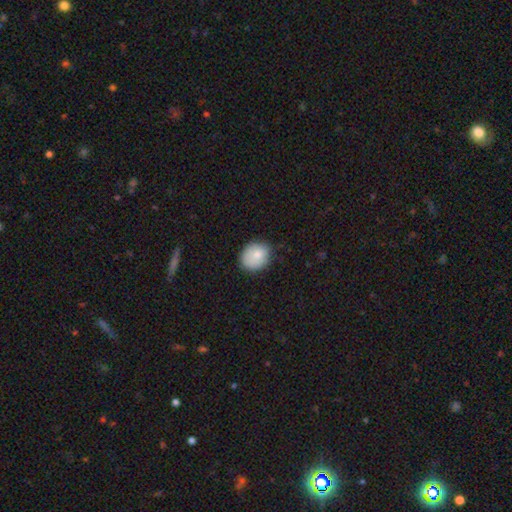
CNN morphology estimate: type=smooth (82%); roundness=round (58%); merging=none (77%).